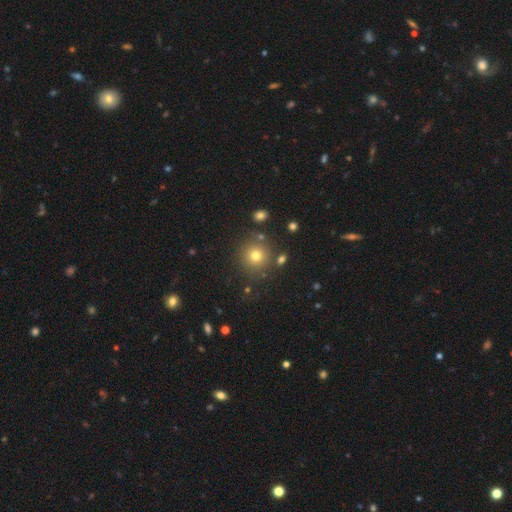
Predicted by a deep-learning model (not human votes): Smooth or featured: smooth — 75% (star or artifact — 16%)
How rounded: round — 94% (in between — 5%)
Merging: none — 83% (minor disturbance — 8%)